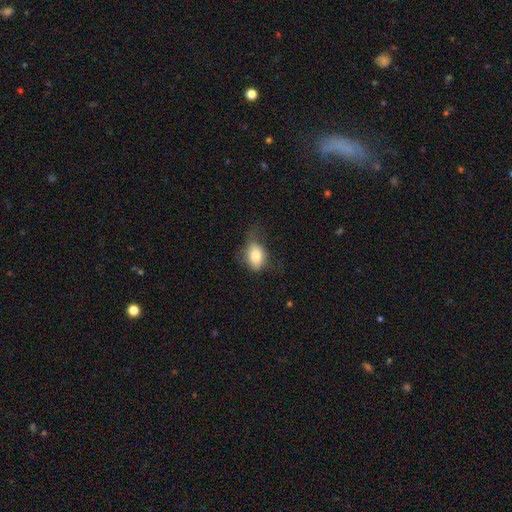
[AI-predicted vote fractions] Smooth or featured?
  - smooth: 77% *
  - featured or disk: 14%
  - star or artifact: 8%
How rounded?
  - in between: 79% *
  - round: 19%
  - cigar-shaped: 2%
Merging?
  - none: 44% *
  - minor disturbance: 33%
  - major disturbance: 21%
  - merger: 2%